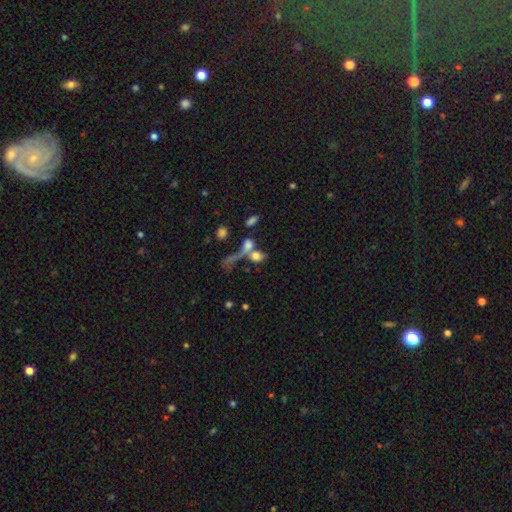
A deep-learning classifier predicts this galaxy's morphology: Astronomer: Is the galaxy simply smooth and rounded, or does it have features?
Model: smooth — 71%.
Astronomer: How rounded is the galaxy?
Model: in between — 56% (runner-up: round, 38%).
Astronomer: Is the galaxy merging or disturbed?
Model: merger — 49% (runner-up: none, 28%).